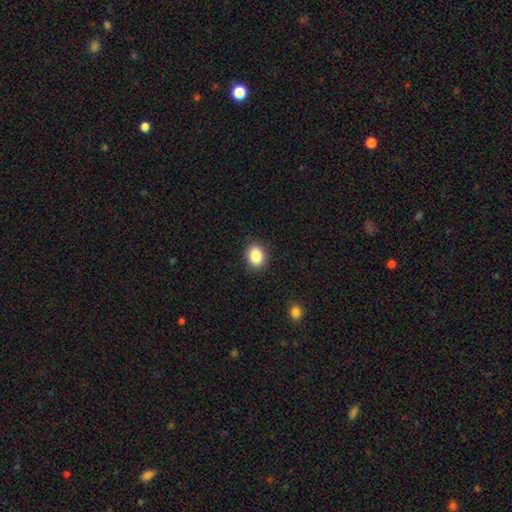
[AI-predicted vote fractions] This is clearly a smooth galaxy (87%). How rounded: possibly round (50%). Merging: clearly none (88%).